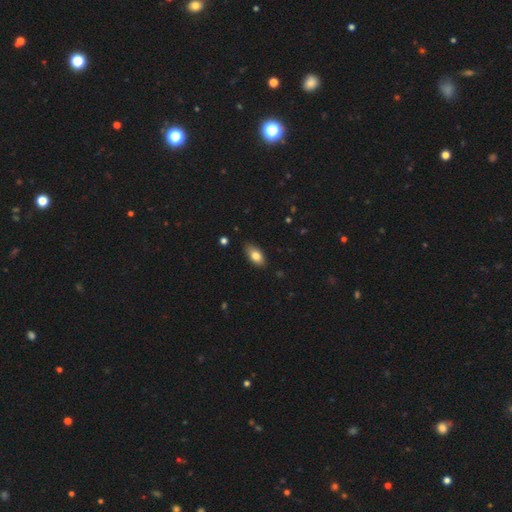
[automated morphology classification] smooth_or_featured: smooth (p=0.80) [alt: featured or disk p=0.12]
how_rounded: in between (p=0.90) [alt: cigar-shaped p=0.06]
merging: none (p=0.83) [alt: minor disturbance p=0.13]